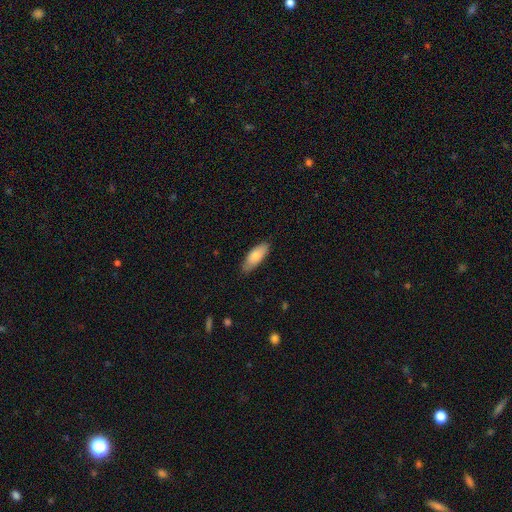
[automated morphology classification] Overall: smooth (79%). How rounded: in between (73%). Merging: none (83%).